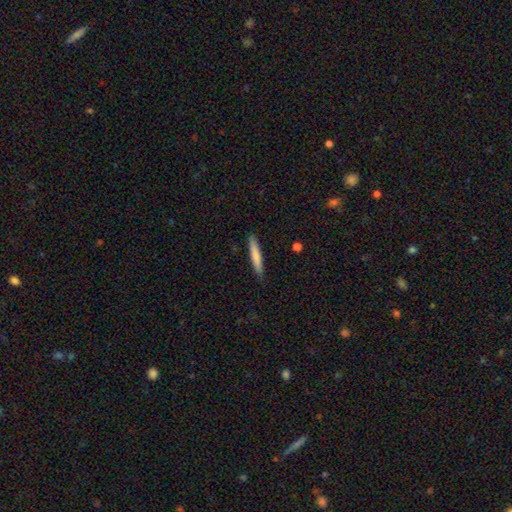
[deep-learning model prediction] Smooth or featured?
  - smooth: 75% *
  - featured or disk: 20%
  - star or artifact: 6%
How rounded?
  - cigar-shaped: 94% *
  - in between: 5%
  - round: 1%
Merging?
  - none: 88% *
  - minor disturbance: 9%
  - major disturbance: 2%
  - merger: 1%